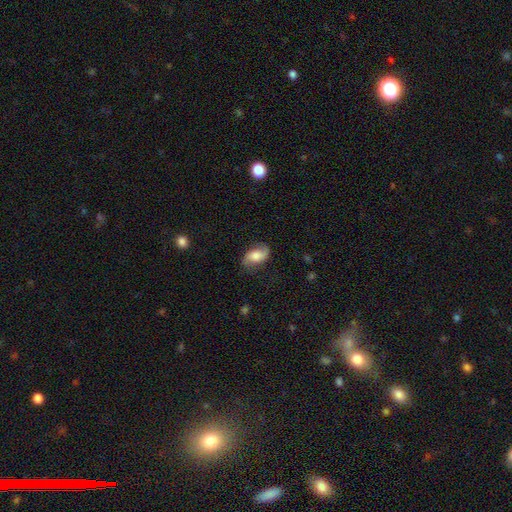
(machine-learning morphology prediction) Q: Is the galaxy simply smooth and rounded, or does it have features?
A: featured or disk — 49%.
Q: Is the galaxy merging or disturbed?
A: none — 74%.